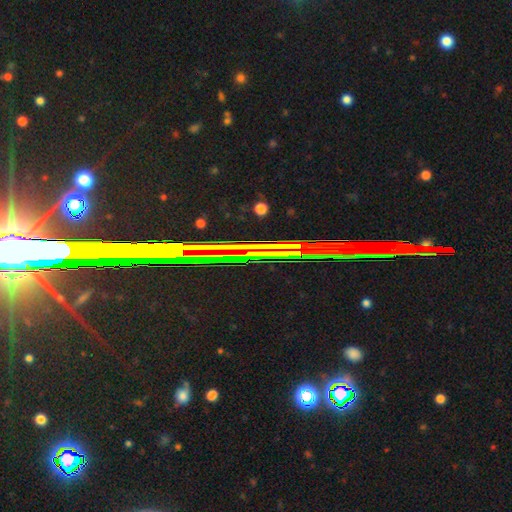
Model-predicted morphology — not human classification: star or artifact 82%, featured or disk 11%, smooth 7%.